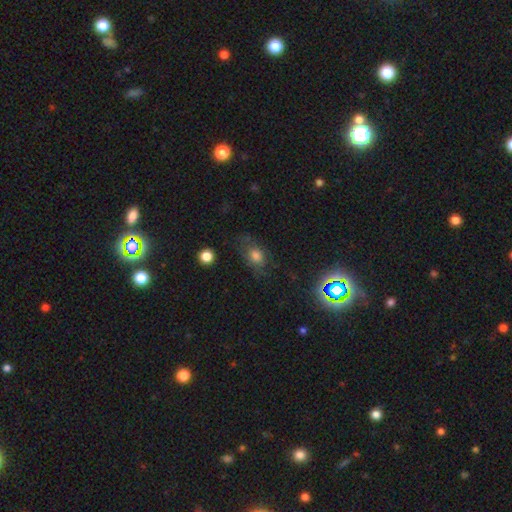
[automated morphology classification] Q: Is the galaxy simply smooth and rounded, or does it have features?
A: smooth — 62%.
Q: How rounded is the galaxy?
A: in between — 67%.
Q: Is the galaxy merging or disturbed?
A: none — 59%.